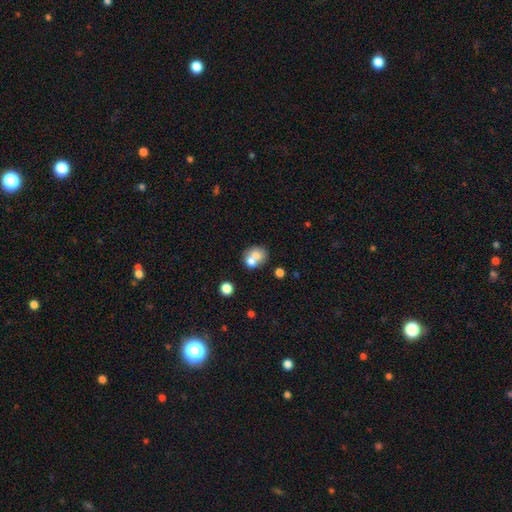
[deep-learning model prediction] This is likely a smooth galaxy (68%). How rounded: likely round (66%). Merging: possibly merger (52%).